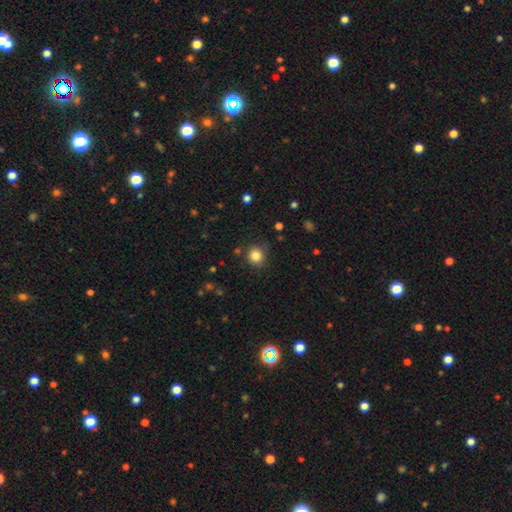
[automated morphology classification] The model was most divided on "how rounded": round: 82%, in between: 17%, cigar-shaped: 1%. More confident: smooth or featured — smooth (83%); merging — none (82%).